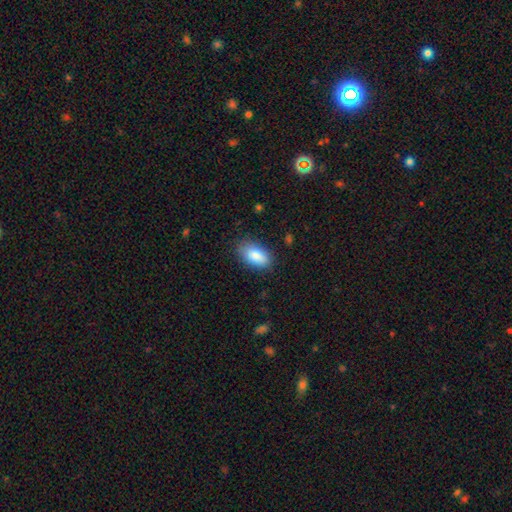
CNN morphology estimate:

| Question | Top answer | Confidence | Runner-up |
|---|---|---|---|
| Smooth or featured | smooth | 87% | star or artifact (7%) |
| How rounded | in between | 93% | cigar-shaped (4%) |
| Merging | none | 81% | minor disturbance (14%) |